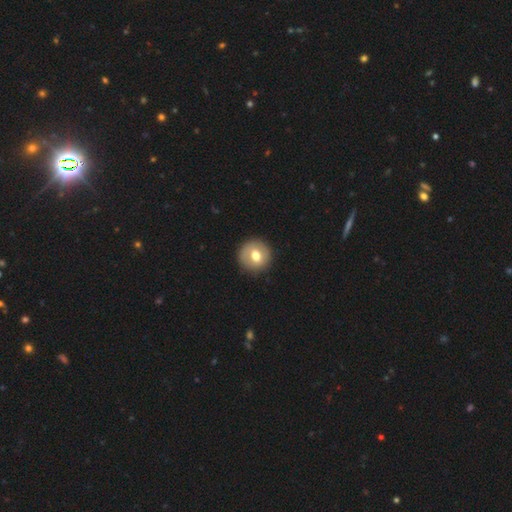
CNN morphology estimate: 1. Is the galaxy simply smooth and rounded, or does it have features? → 63% smooth, 30% featured or disk, 7% star or artifact.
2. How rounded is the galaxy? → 94% round, 5% in between, 1% cigar-shaped.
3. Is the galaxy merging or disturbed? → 89% none, 7% minor disturbance, 2% major disturbance, 1% merger.